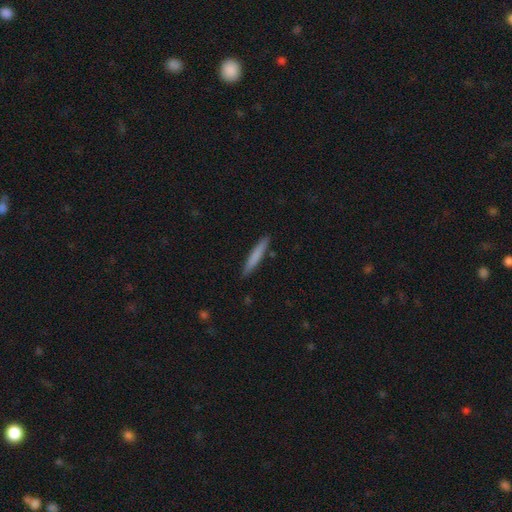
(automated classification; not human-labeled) smooth_or_featured: smooth (p=0.74) [alt: featured or disk p=0.21]
how_rounded: cigar-shaped (p=0.95) [alt: in between p=0.04]
merging: none (p=0.89) [alt: minor disturbance p=0.08]